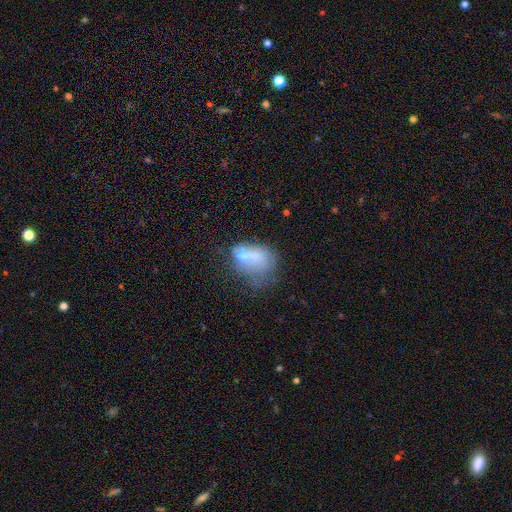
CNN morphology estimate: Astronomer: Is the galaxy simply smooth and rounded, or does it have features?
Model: smooth — 55% (runner-up: featured or disk, 34%).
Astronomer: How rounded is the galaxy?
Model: in between — 77%.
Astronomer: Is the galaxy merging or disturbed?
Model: major disturbance — 30% (runner-up: merger, 29%).